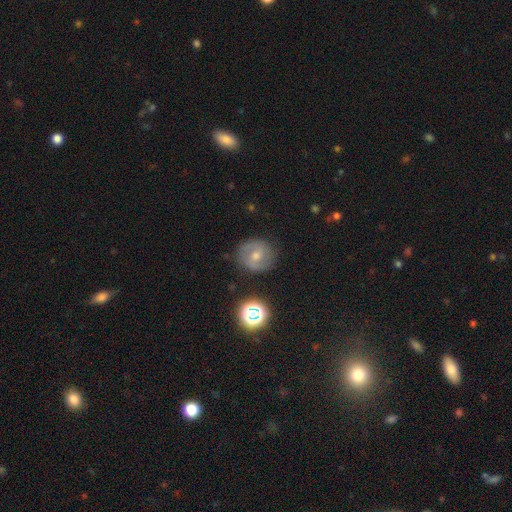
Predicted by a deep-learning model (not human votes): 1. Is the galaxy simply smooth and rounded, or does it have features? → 56% featured or disk, 34% smooth, 10% star or artifact.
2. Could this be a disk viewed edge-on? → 97% no, 3% yes.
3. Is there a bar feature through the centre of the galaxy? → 46% weak, 42% no, 13% strong.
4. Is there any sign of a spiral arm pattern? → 82% yes, 18% no.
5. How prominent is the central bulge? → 58% moderate, 35% small, 3% large, 3% none, 1% dominant.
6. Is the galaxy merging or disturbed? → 82% none, 12% minor disturbance, 4% major disturbance, 2% merger.